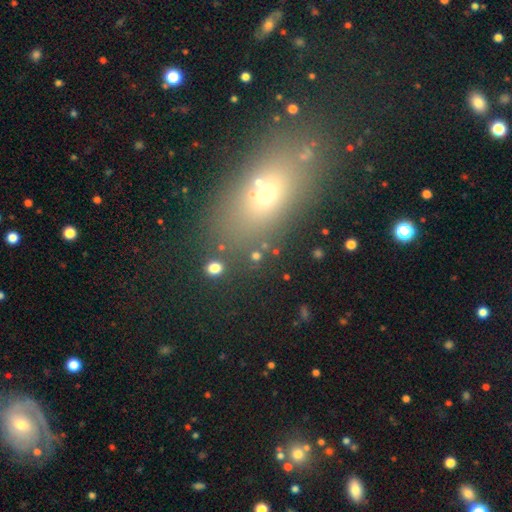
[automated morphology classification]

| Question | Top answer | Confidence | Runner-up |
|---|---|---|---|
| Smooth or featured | smooth | 58% | star or artifact (27%) |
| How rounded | in between | 58% | round (35%) |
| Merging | none | 75% | minor disturbance (10%) |